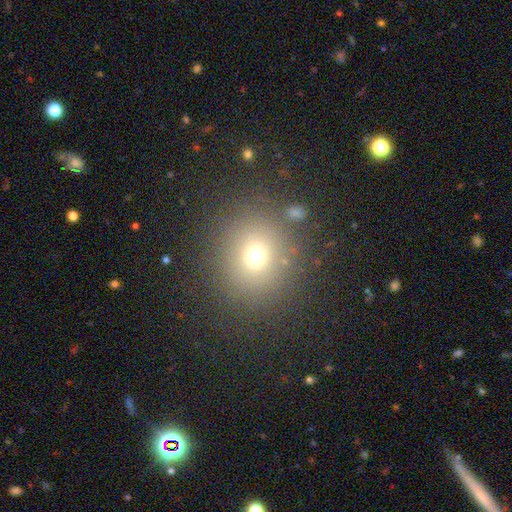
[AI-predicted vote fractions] Smooth or featured?
  - smooth: 69% *
  - star or artifact: 21%
  - featured or disk: 10%
How rounded?
  - round: 83% *
  - in between: 16%
  - cigar-shaped: 1%
Merging?
  - none: 84% *
  - minor disturbance: 8%
  - major disturbance: 4%
  - merger: 3%